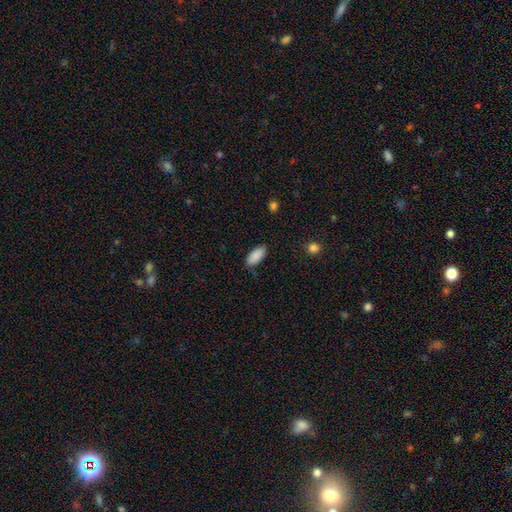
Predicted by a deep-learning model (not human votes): Overall: smooth (89%). How rounded: in between (90%). Merging: none (84%).